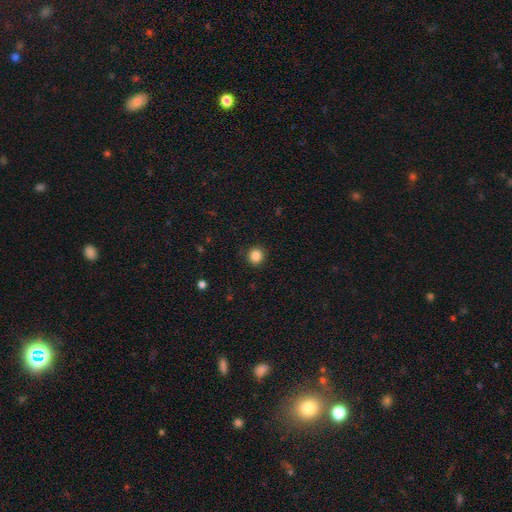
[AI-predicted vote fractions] smooth 86%, star or artifact 11%, featured or disk 4%. Down the decision tree: how rounded — round (91%); merging — none (91%).